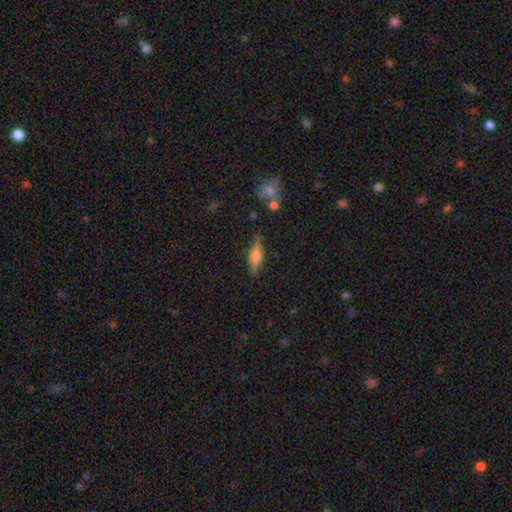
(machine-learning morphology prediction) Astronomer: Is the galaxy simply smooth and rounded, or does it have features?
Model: featured or disk — 47% (runner-up: smooth, 45%).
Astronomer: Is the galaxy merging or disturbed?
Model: none — 83%.